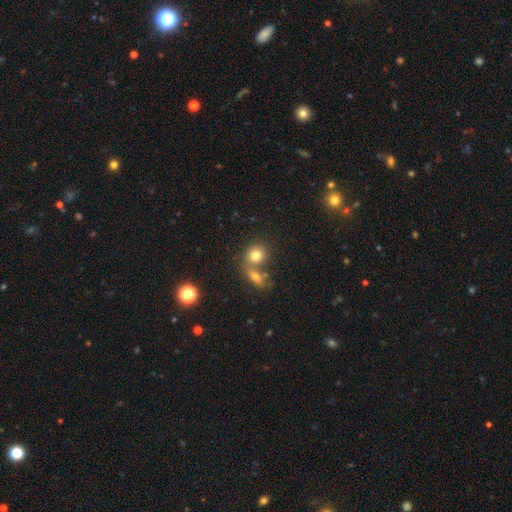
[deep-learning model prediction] Smooth or featured? smooth (77%)
How rounded? round (70%)
Merging? merger (44%)